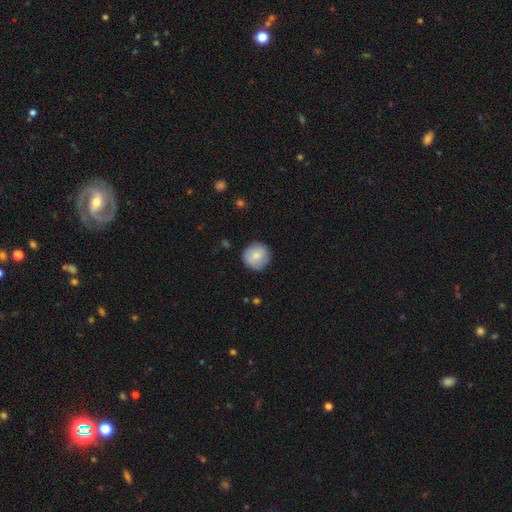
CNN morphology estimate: Smooth or featured? Predicted: smooth (p=0.77). How rounded? Predicted: round (p=0.94). Merging? Predicted: none (p=0.84).